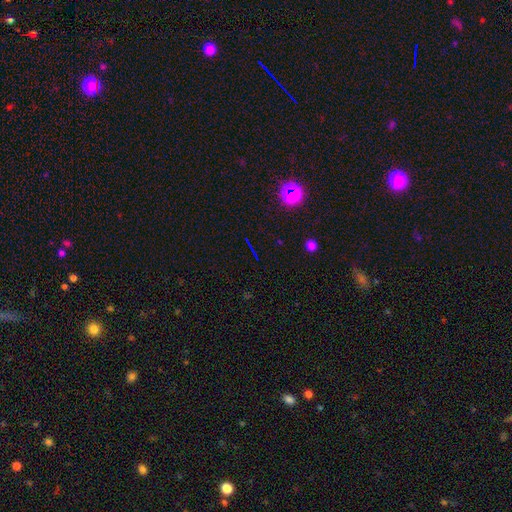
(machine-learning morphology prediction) This appears to be a star or artifact, not a galaxy (72%).